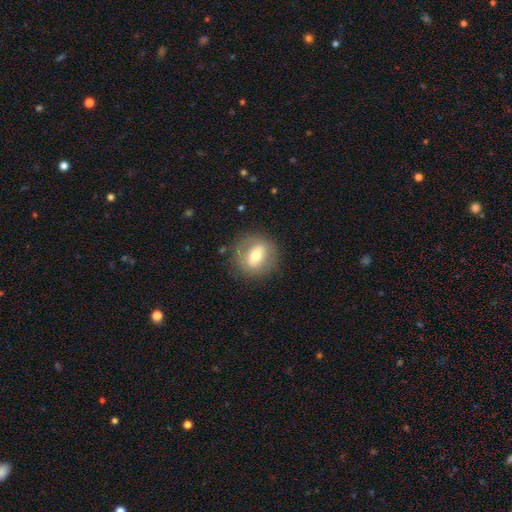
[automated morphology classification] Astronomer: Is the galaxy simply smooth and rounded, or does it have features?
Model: smooth — 52% (runner-up: featured or disk, 39%).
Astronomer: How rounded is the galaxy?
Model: round — 77%.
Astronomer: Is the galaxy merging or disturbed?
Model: none — 82%.